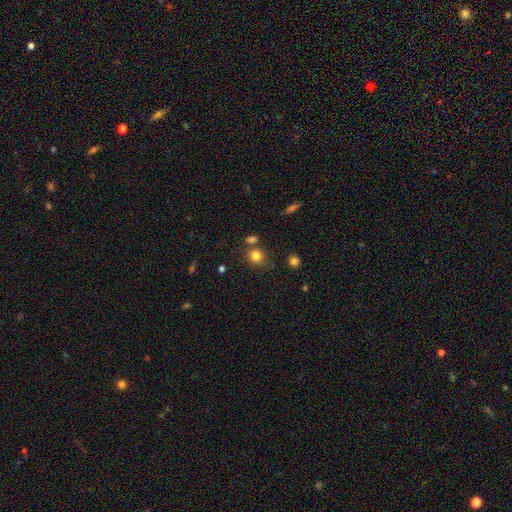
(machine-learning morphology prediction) Overall: smooth (81%). How rounded: round (79%). Merging: none (68%).